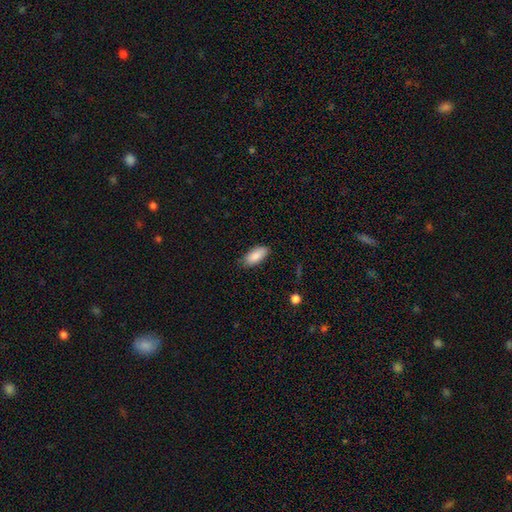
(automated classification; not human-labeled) smooth-or-featured: smooth: 87% | star or artifact: 6% | featured or disk: 6%
  how-rounded: in between: 86% | cigar-shaped: 12% | round: 2%
  merging: none: 81% | minor disturbance: 16% | major disturbance: 3% | merger: 1%